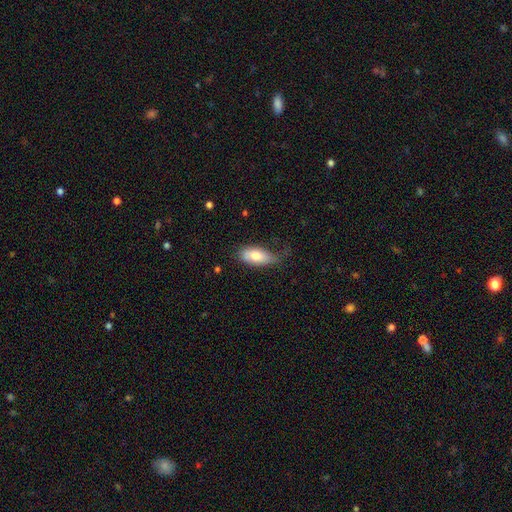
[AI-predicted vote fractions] This appears to be a smooth galaxy with no disk features (74%) that is in between round and cigar-shaped (88%). Merging: none (48%).